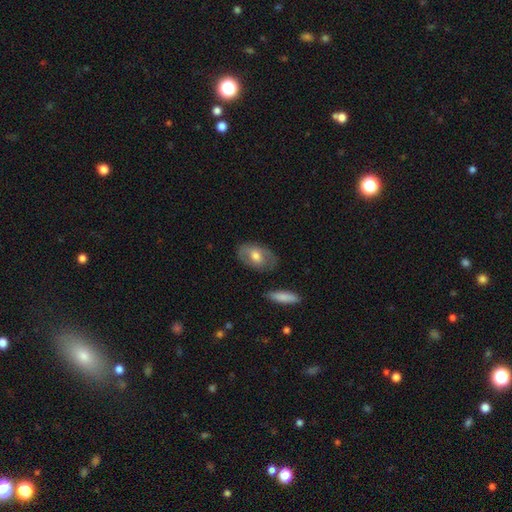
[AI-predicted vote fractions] This appears to be a smooth galaxy with no disk features (54%) that is in between round and cigar-shaped (86%). Merging: none (77%).